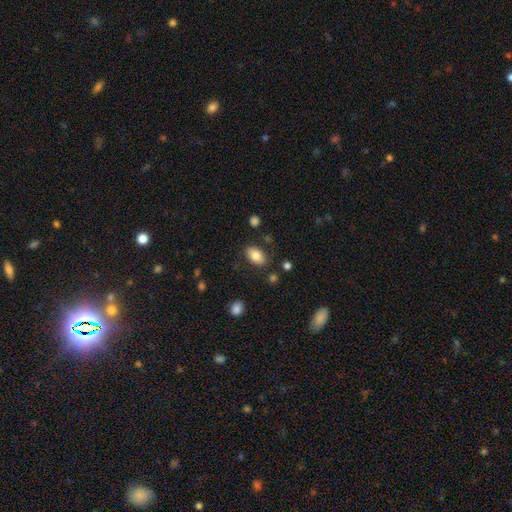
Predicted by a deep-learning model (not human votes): Smooth or featured? smooth (82%)
How rounded? in between (92%)
Merging? none (82%)